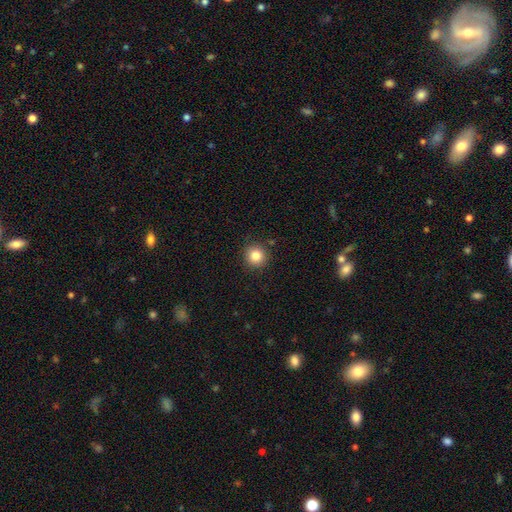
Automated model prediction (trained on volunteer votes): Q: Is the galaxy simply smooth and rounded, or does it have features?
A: smooth — 83%.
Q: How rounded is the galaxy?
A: round — 94%.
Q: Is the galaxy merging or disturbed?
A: none — 89%.